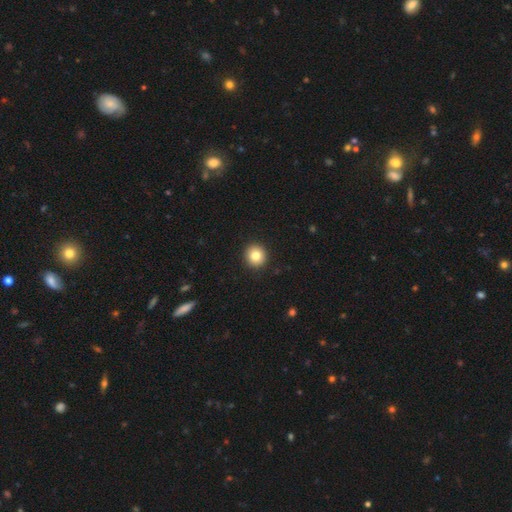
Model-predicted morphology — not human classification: Smooth or featured?
  - smooth: 82% *
  - star or artifact: 10%
  - featured or disk: 8%
How rounded?
  - round: 92% *
  - in between: 7%
  - cigar-shaped: 1%
Merging?
  - none: 93% *
  - minor disturbance: 5%
  - major disturbance: 2%
  - merger: 1%